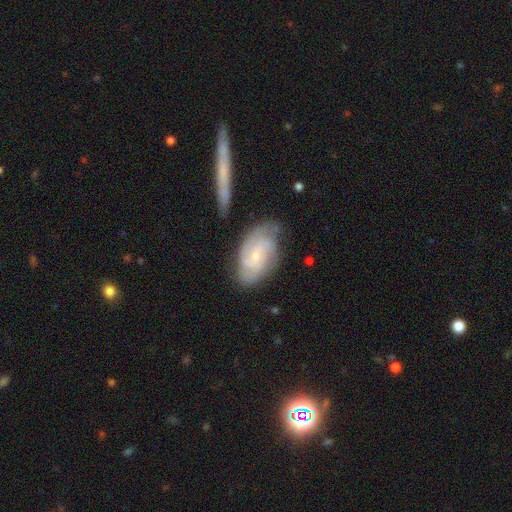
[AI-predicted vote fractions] Smooth or featured? Predicted: featured or disk (p=0.78). Edge-on disk? Predicted: no (p=0.96). Bar? Predicted: no (p=0.56). Spiral arms? Predicted: yes (p=0.95). Spiral winding? Predicted: tight (p=0.50). Spiral arm count? Predicted: 3 (p=0.31). Bulge size? Predicted: small (p=0.71). Merging? Predicted: none (p=0.69).